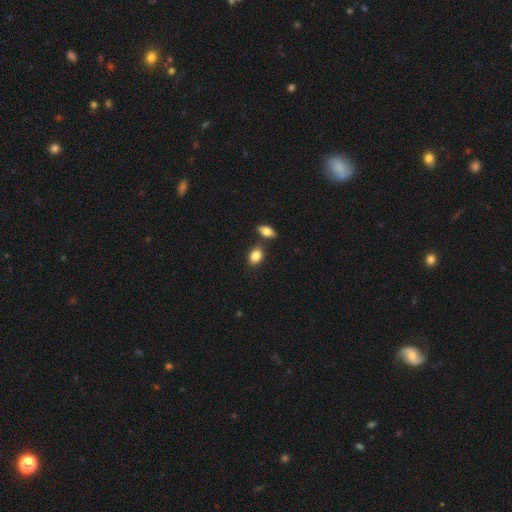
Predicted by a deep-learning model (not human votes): Smooth or featured: smooth — 85% (star or artifact — 8%)
How rounded: in between — 74% (round — 24%)
Merging: none — 70% (merger — 15%)